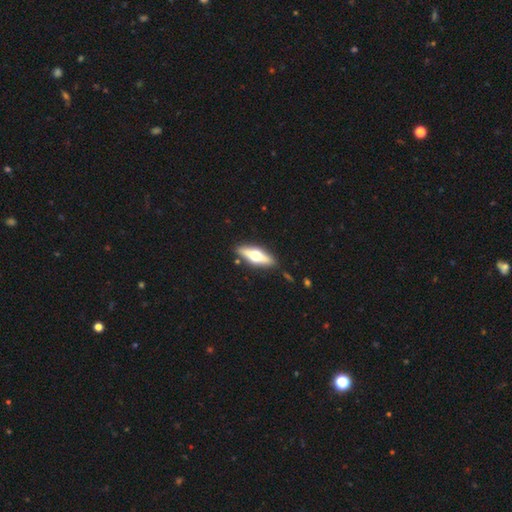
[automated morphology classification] smooth_or_featured: featured or disk (p=0.61) [alt: smooth p=0.33]
disk_edge_on: yes (p=0.91) [alt: no p=0.09]
edge_on_bulge: rounded (p=0.96) [alt: boxy p=0.03]
merging: none (p=0.88) [alt: minor disturbance p=0.08]